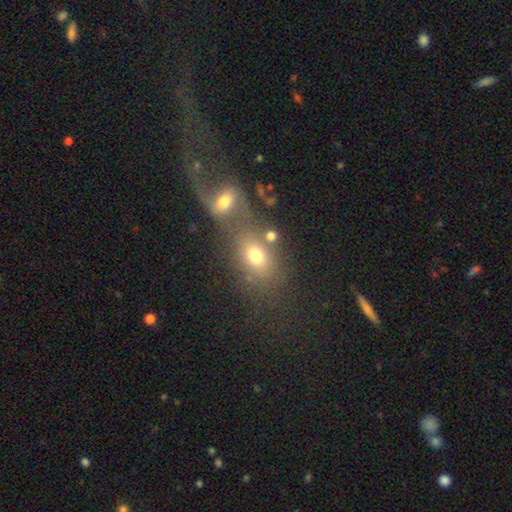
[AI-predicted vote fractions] smooth-or-featured: smooth: 69% | featured or disk: 17% | star or artifact: 14%
  how-rounded: in between: 64% | round: 34% | cigar-shaped: 2%
  merging: none: 41% (tied) | merger: 41% (tied) | minor disturbance: 11% | major disturbance: 8%